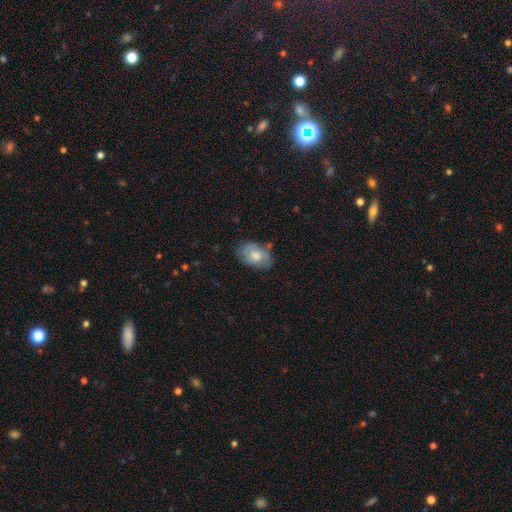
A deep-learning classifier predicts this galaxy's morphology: This is possibly a smooth galaxy (51%). How rounded: clearly in between (83%). Merging: likely none (64%).